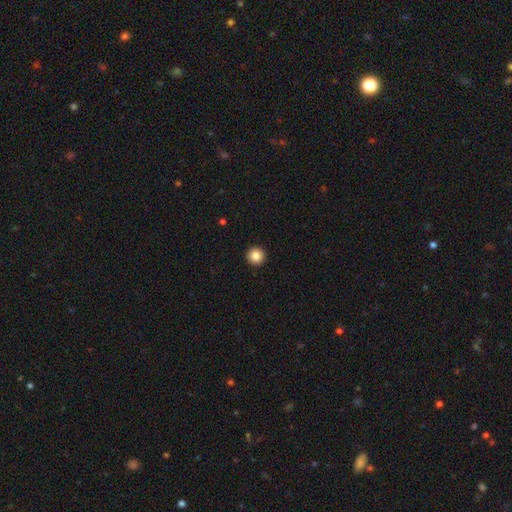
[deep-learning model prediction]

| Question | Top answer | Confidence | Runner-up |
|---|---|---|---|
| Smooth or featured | smooth | 86% | star or artifact (10%) |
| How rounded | round | 96% | in between (3%) |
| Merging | none | 94% | minor disturbance (4%) |